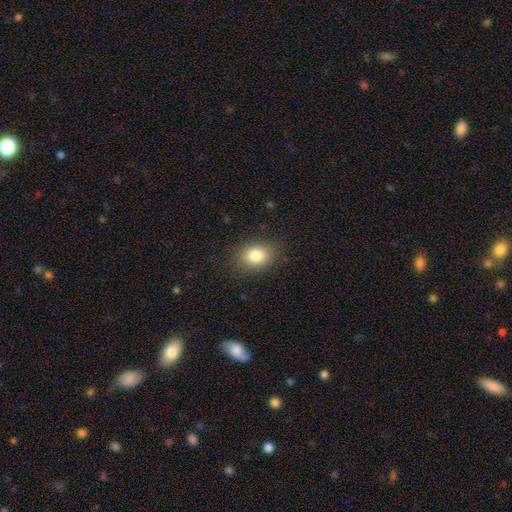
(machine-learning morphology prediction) This is clearly a smooth galaxy (82%). How rounded: likely in between (61%). Merging: clearly none (83%).